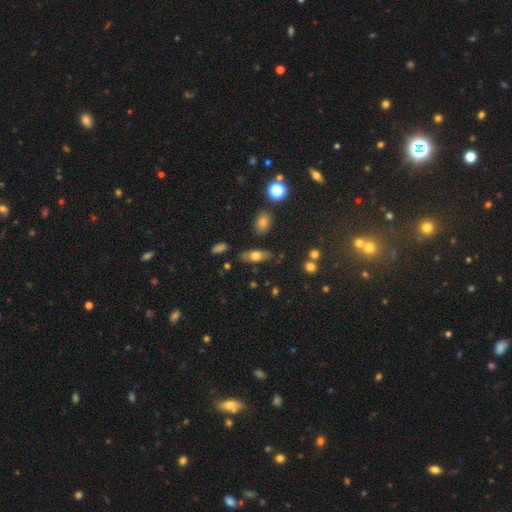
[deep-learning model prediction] smooth 63%, featured or disk 28%, star or artifact 8%. Down the decision tree: how rounded — in between (74%); merging — none (77%).